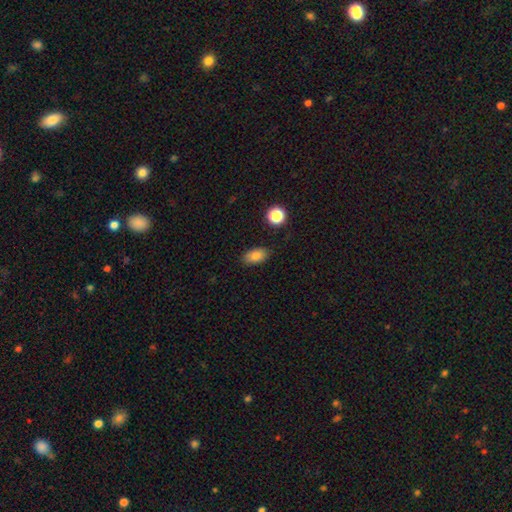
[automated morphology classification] Overall: smooth (81%). How rounded: in between (89%). Merging: none (85%).